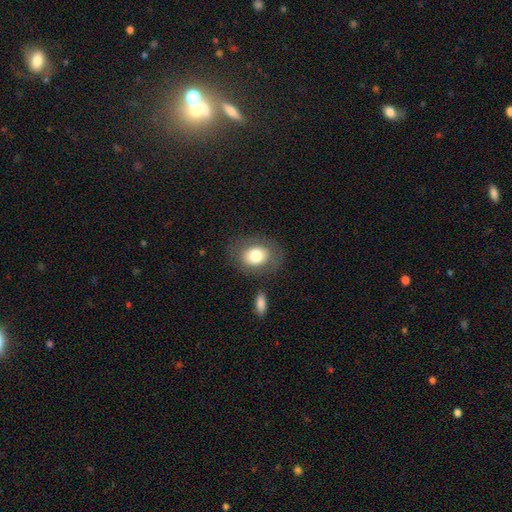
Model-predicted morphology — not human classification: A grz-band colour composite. It shows a smooth galaxy with no disk features (74%) that is in between round and cigar-shaped (56%). Merging: none (75%).